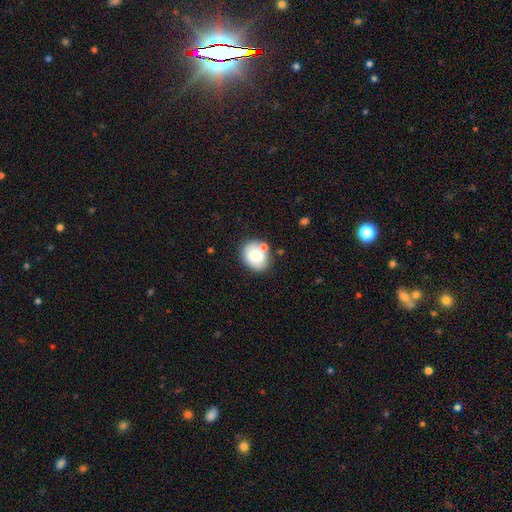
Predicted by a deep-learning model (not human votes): Smooth or featured?
  - smooth: 79% *
  - featured or disk: 13%
  - star or artifact: 8%
How rounded?
  - round: 52% *
  - in between: 47%
  - cigar-shaped: 1%
Merging?
  - none: 69% *
  - minor disturbance: 15%
  - merger: 12%
  - major disturbance: 4%